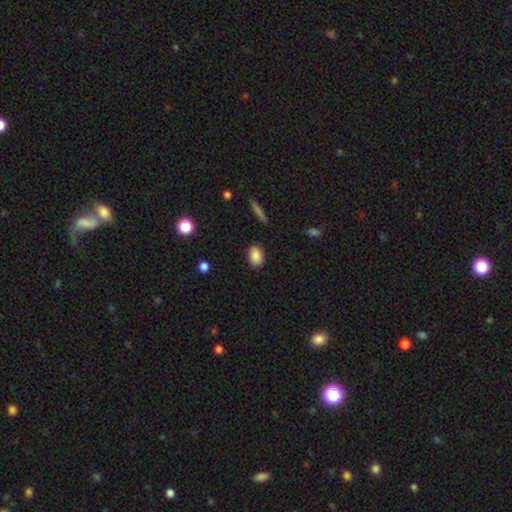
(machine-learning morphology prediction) Overall: smooth (87%). How rounded: in between (73%). Merging: none (85%).